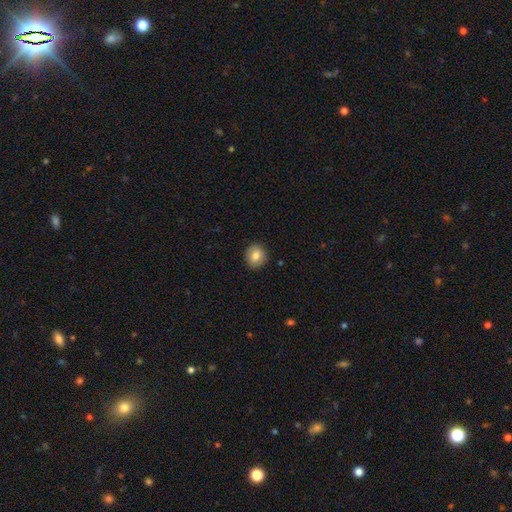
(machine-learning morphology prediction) Q: Smooth or featured?
A: smooth (82%); runner-up: featured or disk (10%)
Q: How rounded?
A: round (81%); runner-up: in between (18%)
Q: Merging?
A: none (90%); runner-up: minor disturbance (7%)